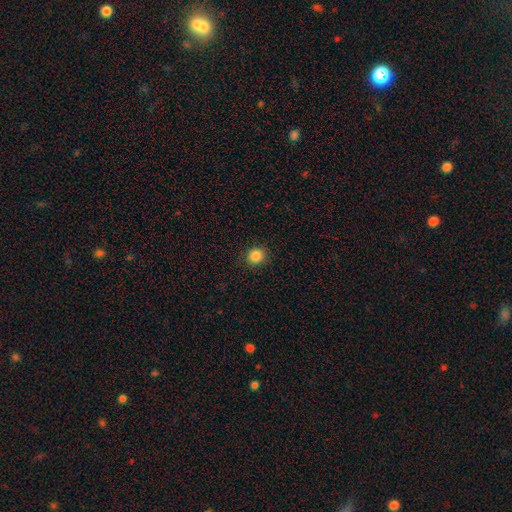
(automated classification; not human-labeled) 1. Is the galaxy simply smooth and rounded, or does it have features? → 86% smooth, 10% star or artifact, 4% featured or disk.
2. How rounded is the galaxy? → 85% round, 14% in between, 1% cigar-shaped.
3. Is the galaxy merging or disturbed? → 90% none, 7% minor disturbance, 2% major disturbance, 1% merger.